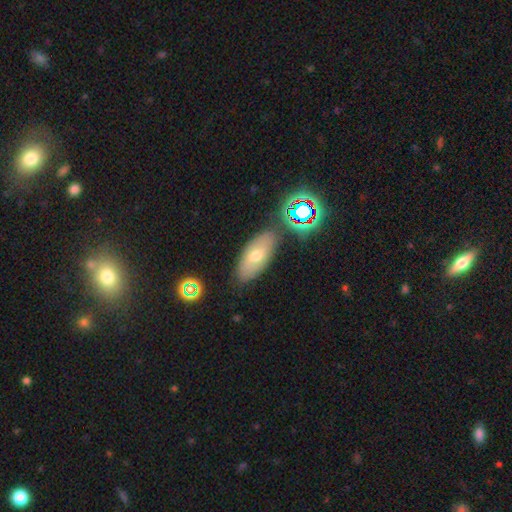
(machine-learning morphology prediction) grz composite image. It shows a smooth galaxy with no disk features (59%) that is in between round and cigar-shaped (85%). Merging: none (80%).